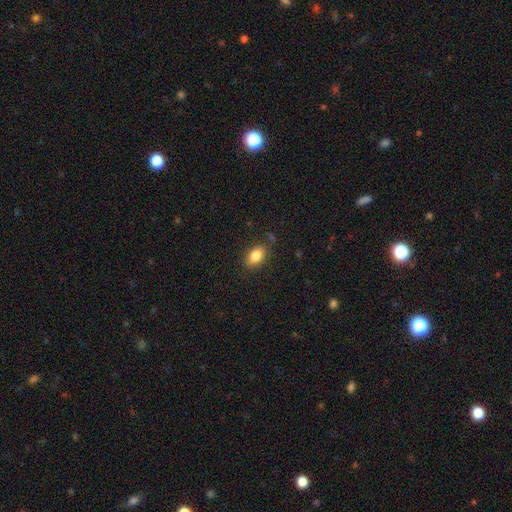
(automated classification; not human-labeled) Smooth or featured? smooth (83%)
How rounded? in between (87%)
Merging? none (84%)